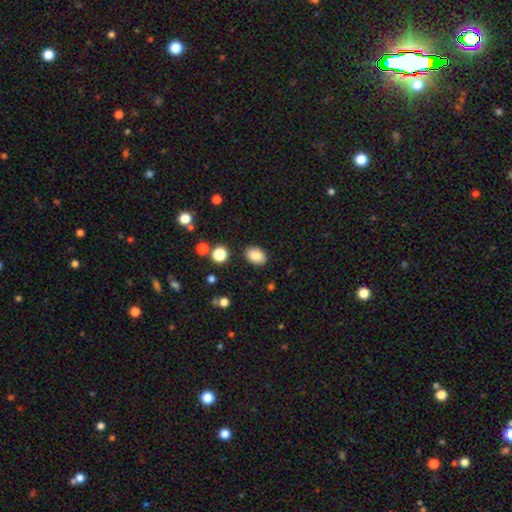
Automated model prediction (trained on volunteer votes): smooth_or_featured: smooth (p=0.86) [alt: star or artifact p=0.09]
how_rounded: in between (p=0.82) [alt: round p=0.17]
merging: none (p=0.86) [alt: minor disturbance p=0.09]